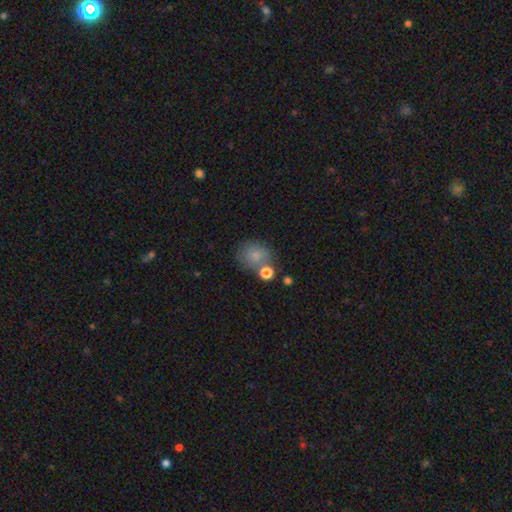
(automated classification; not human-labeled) Smooth or featured?
  - smooth: 79% *
  - star or artifact: 11%
  - featured or disk: 10%
How rounded?
  - round: 71% *
  - in between: 28%
  - cigar-shaped: 1%
Merging?
  - none: 60% *
  - merger: 17%
  - minor disturbance: 16%
  - major disturbance: 7%